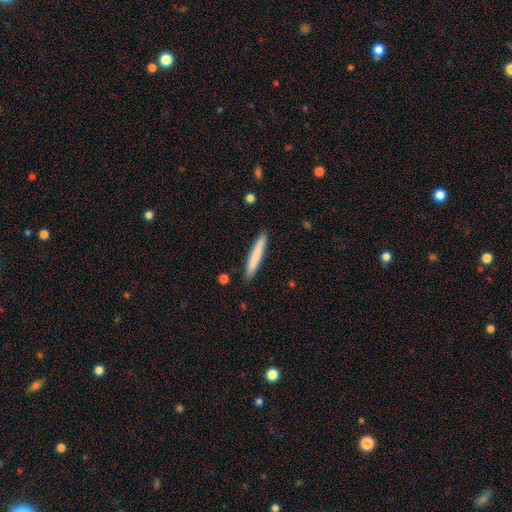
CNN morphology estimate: smooth_or_featured: smooth (p=0.77) [alt: featured or disk p=0.17]
how_rounded: cigar-shaped (p=0.95) [alt: in between p=0.04]
merging: none (p=0.90) [alt: minor disturbance p=0.07]